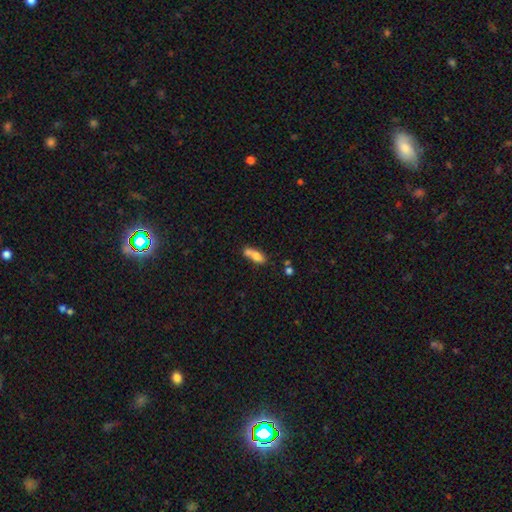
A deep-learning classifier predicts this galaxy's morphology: Smooth or featured: smooth — 71% (featured or disk — 20%)
How rounded: in between — 75% (cigar-shaped — 19%)
Merging: merger — 46% (none — 33%)